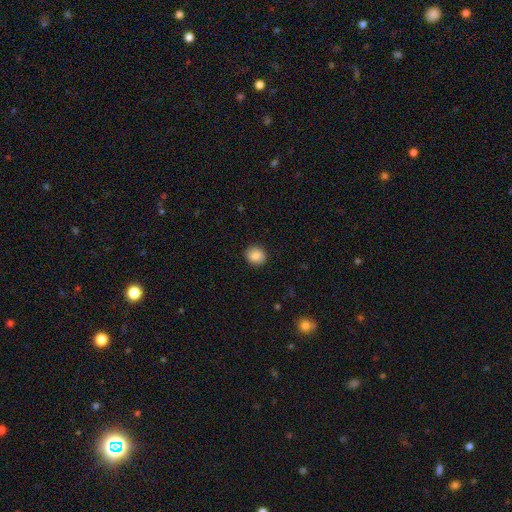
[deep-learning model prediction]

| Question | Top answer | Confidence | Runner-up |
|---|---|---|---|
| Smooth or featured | smooth | 84% | star or artifact (9%) |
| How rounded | round | 77% | in between (22%) |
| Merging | none | 89% | minor disturbance (8%) |